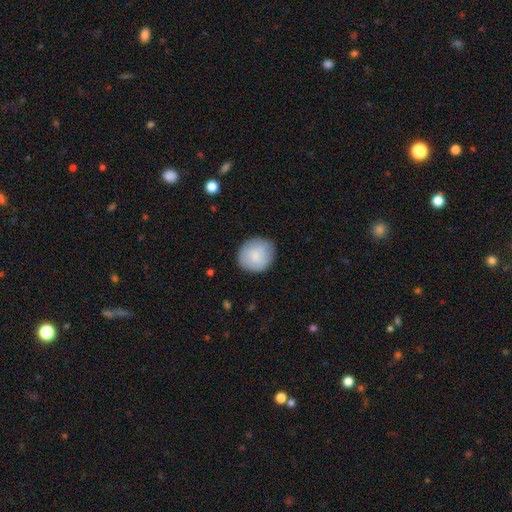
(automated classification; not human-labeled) A smooth galaxy with no disk features (81%) that is round (79%). Merging: none (82%).